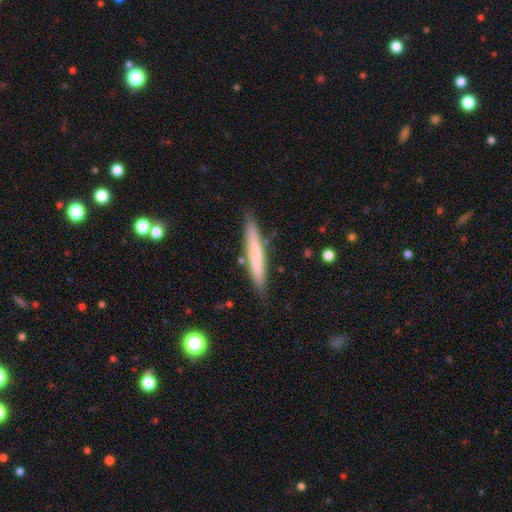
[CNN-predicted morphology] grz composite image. It shows a smooth galaxy with no disk features (62%) that is cigar-shaped (95%). Merging: none (86%).